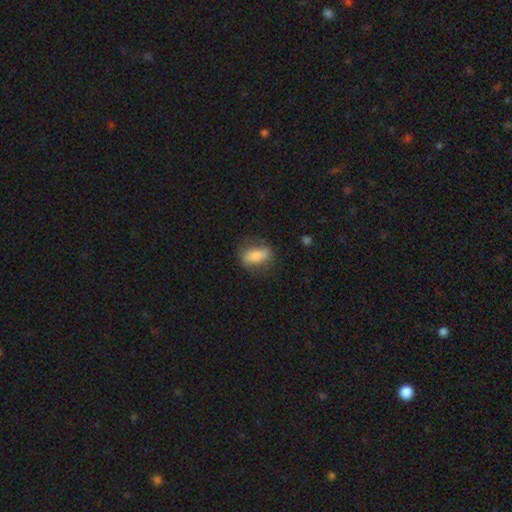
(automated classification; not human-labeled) smooth 75%, featured or disk 18%, star or artifact 8%. Down the decision tree: how rounded — in between (78%); merging — none (72%).